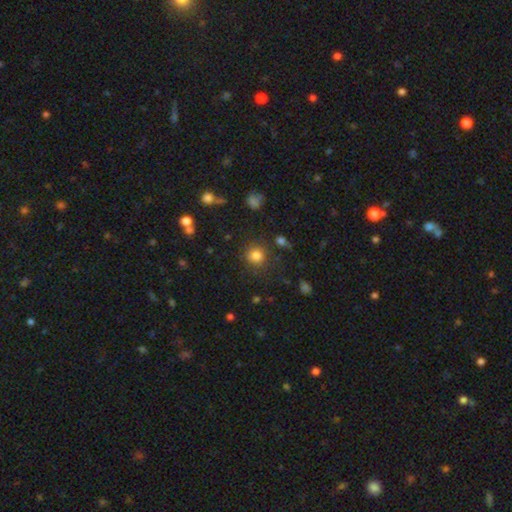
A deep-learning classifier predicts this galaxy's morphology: A smooth galaxy with no disk features (81%) that is round (90%). Merging: none (83%).